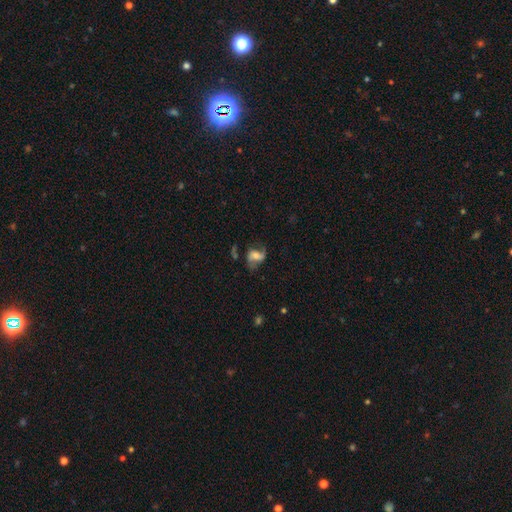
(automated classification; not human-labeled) A featured or disk galaxy (62%) with no bar (39%), 2 (83%) loose (52%) spiral arms (85%) and a moderate central bulge (52%). Merging: none (55%).